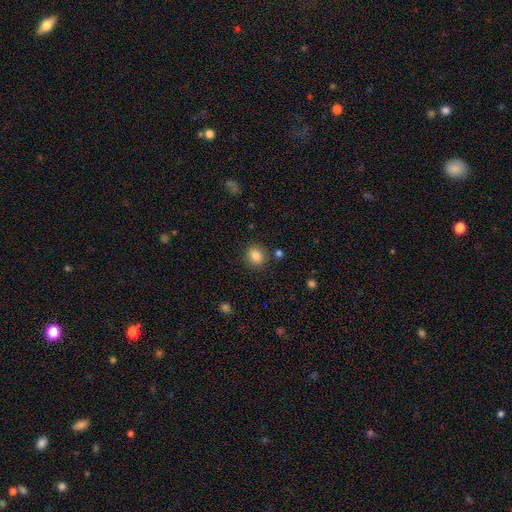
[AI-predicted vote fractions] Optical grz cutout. It shows a smooth galaxy with no disk features (85%) that is round (72%). Merging: none (85%).